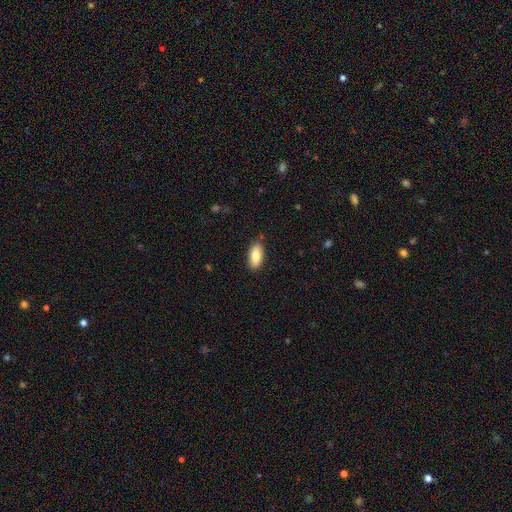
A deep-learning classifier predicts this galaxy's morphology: This appears to be a smooth galaxy with no disk features (81%) that is in between round and cigar-shaped (86%). Merging: none (86%).